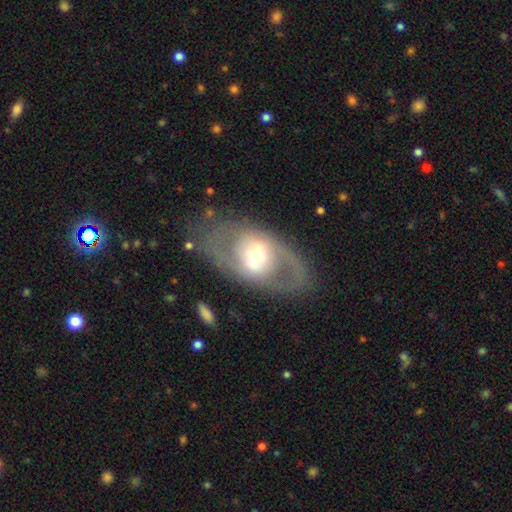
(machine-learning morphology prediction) Smooth or featured? featured or disk (63%)
Edge-on disk? no (89%)
Bar? no (41%)
Spiral arms? no (64%)
Bulge size? moderate (60%)
Merging? none (74%)